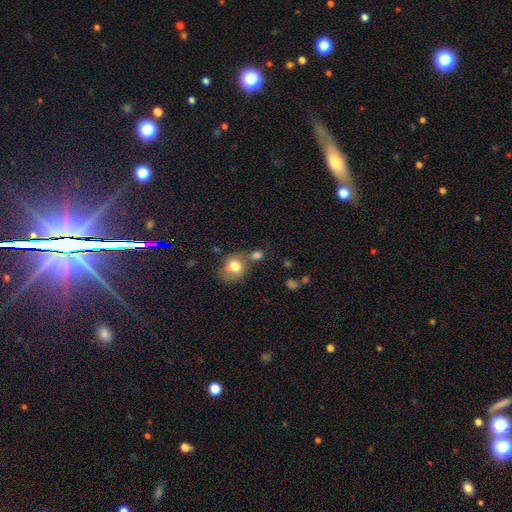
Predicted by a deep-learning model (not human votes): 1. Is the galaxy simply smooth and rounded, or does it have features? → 64% smooth, 19% featured or disk, 18% star or artifact.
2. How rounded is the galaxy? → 64% round, 34% in between, 2% cigar-shaped.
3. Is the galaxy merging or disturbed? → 51% none, 28% merger, 15% minor disturbance, 7% major disturbance.